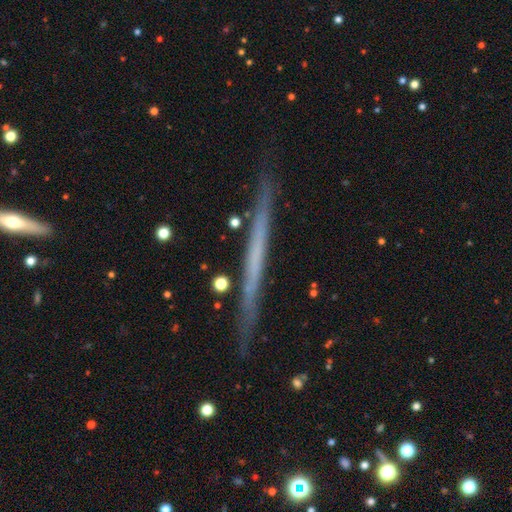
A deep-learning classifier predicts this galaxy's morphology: type=featured or disk (63%); edge-on=yes (97%); edge-on bulge=none (92%); merging=none (88%).